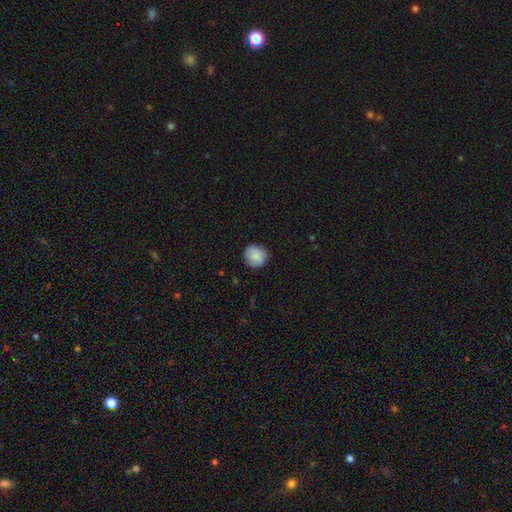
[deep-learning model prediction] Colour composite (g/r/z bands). It shows a smooth galaxy with no disk features (86%) that is round (91%). Merging: none (87%).